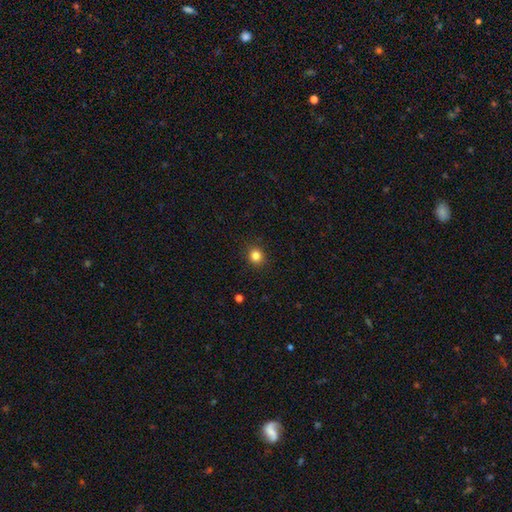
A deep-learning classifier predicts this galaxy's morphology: A smooth galaxy with no disk features (83%) that is round (88%). Merging: none (91%).